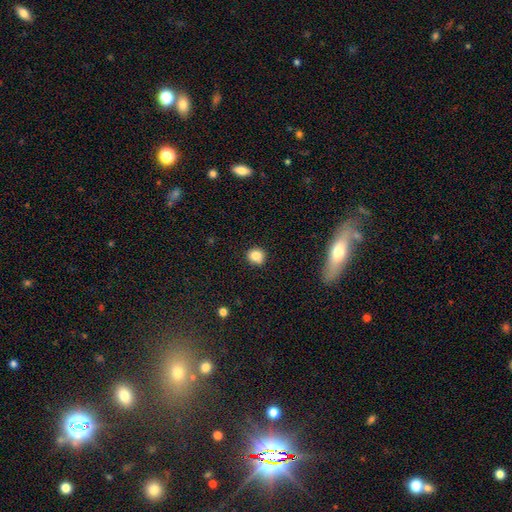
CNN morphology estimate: smooth_or_featured: smooth (p=0.83) [alt: star or artifact p=0.11]
how_rounded: round (p=0.87) [alt: in between p=0.12]
merging: none (p=0.87) [alt: minor disturbance p=0.09]